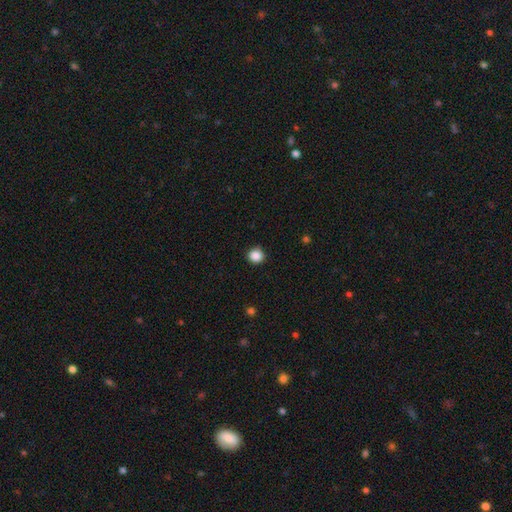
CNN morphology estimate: Overall: smooth (87%). How rounded: round (92%). Merging: none (90%).